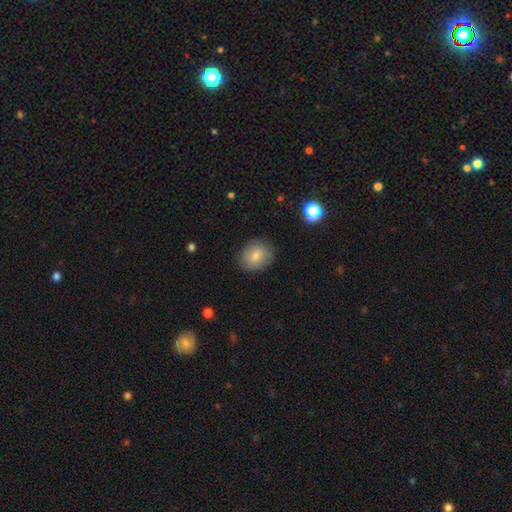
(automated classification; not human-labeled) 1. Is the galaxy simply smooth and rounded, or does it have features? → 80% smooth, 12% featured or disk, 9% star or artifact.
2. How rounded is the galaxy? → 64% round, 35% in between, 1% cigar-shaped.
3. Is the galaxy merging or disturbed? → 83% none, 12% minor disturbance, 3% major disturbance, 1% merger.